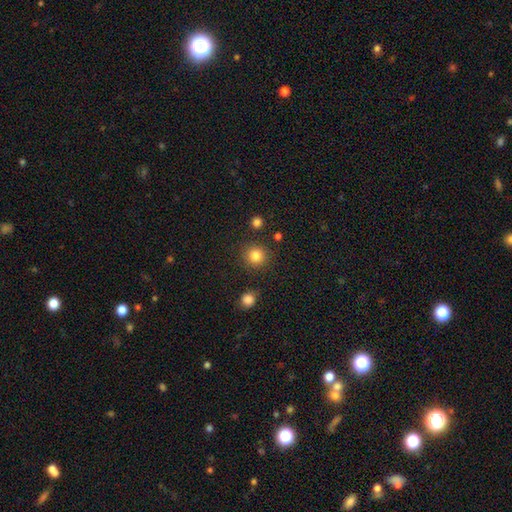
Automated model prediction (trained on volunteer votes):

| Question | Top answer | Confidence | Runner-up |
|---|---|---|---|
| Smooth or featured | smooth | 84% | star or artifact (11%) |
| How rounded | round | 93% | in between (6%) |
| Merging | none | 89% | minor disturbance (6%) |